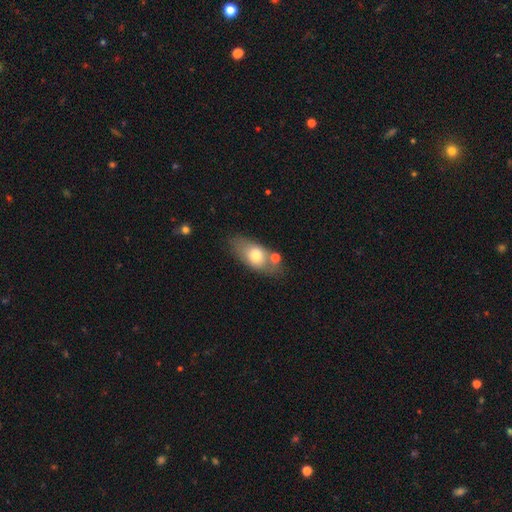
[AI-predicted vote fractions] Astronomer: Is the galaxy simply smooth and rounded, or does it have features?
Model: smooth — 68%.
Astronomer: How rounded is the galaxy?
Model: in between — 85%.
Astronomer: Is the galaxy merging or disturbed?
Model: none — 63%.